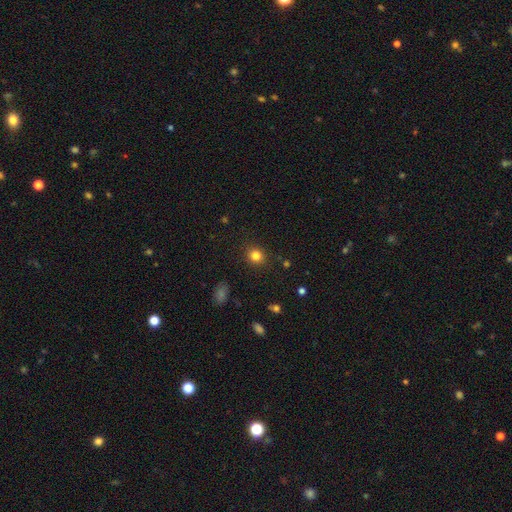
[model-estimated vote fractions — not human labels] Smooth or featured?
  - smooth: 82% *
  - star or artifact: 12%
  - featured or disk: 5%
How rounded?
  - round: 82% *
  - in between: 17%
  - cigar-shaped: 1%
Merging?
  - none: 89% *
  - minor disturbance: 7%
  - major disturbance: 2%
  - merger: 1%